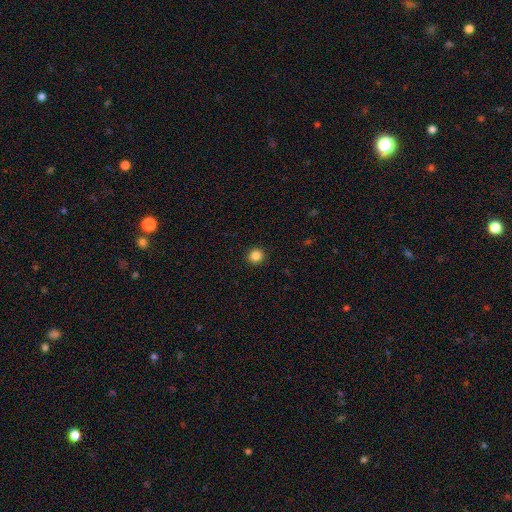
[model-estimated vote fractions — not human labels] The model was most divided on "smooth or featured": smooth: 85%, star or artifact: 11%, featured or disk: 3%. More confident: how rounded — round (93%); merging — none (93%).